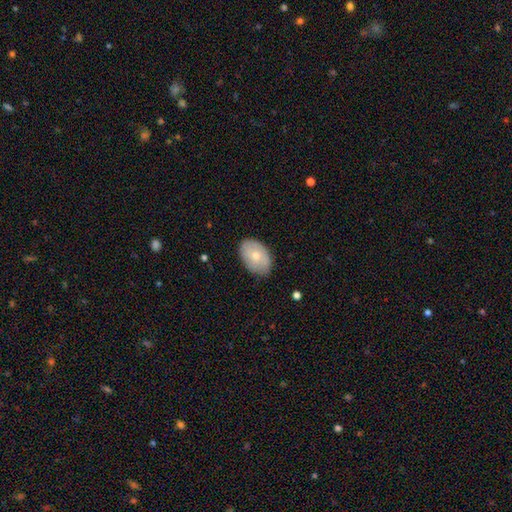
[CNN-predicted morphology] The model was most divided on "smooth or featured": smooth: 66%, featured or disk: 28%, star or artifact: 6%. More confident: how rounded — in between (85%); merging — none (78%).